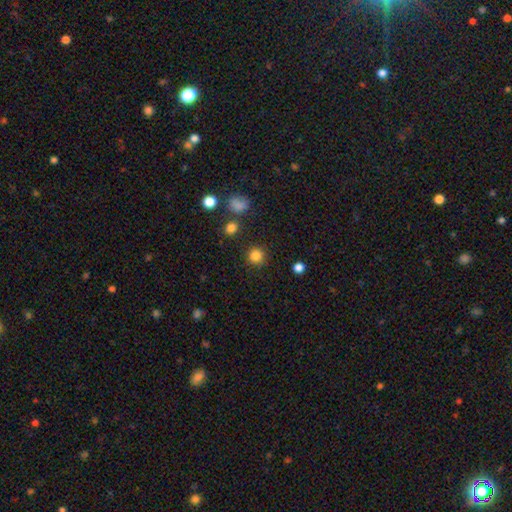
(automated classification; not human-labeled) Morphology: type=smooth (84%); roundness=round (93%); merging=none (89%).